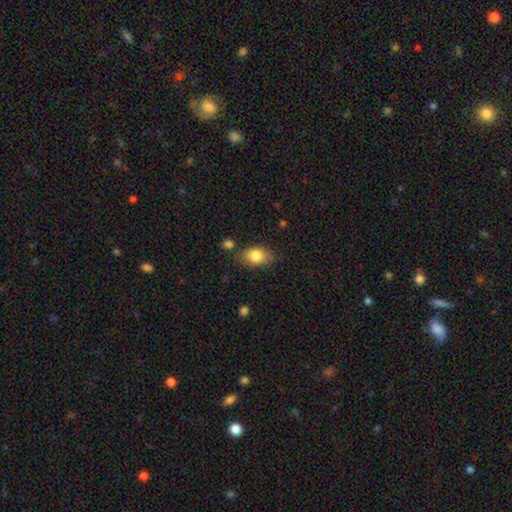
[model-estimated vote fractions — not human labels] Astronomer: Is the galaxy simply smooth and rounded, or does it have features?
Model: smooth — 82%.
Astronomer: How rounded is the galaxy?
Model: in between — 81%.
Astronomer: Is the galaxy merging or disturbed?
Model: none — 68%.